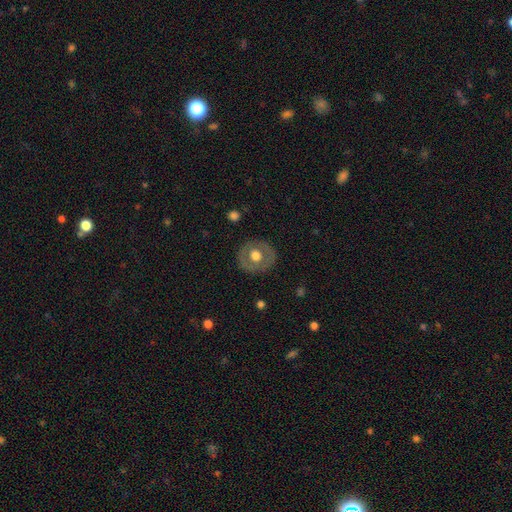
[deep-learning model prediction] This is possibly a smooth galaxy (48%). Merging: clearly none (85%).